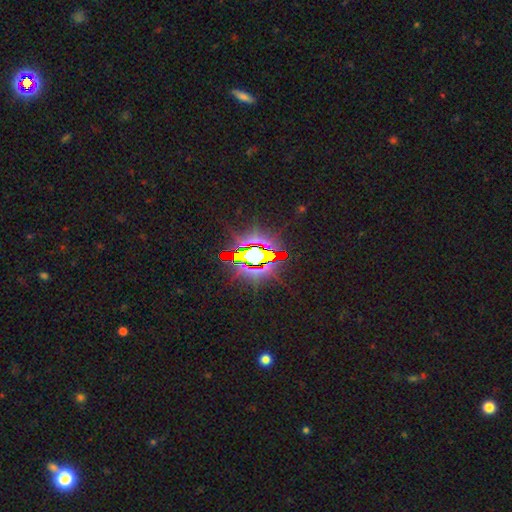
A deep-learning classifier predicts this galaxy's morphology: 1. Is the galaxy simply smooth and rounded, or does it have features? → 80% star or artifact, 11% smooth, 9% featured or disk.